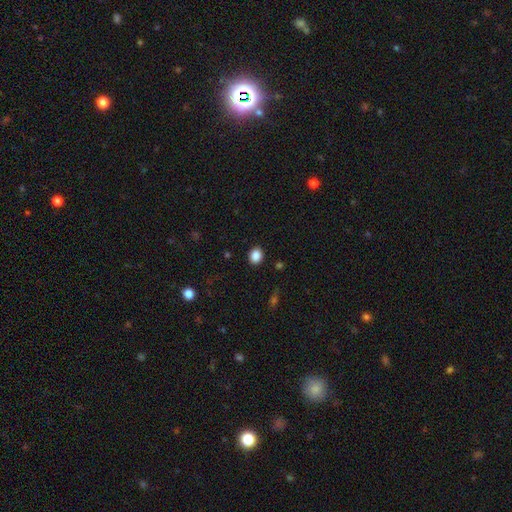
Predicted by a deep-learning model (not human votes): This appears to be a smooth galaxy with no disk features (88%) that is round (55%). Merging: none (90%).